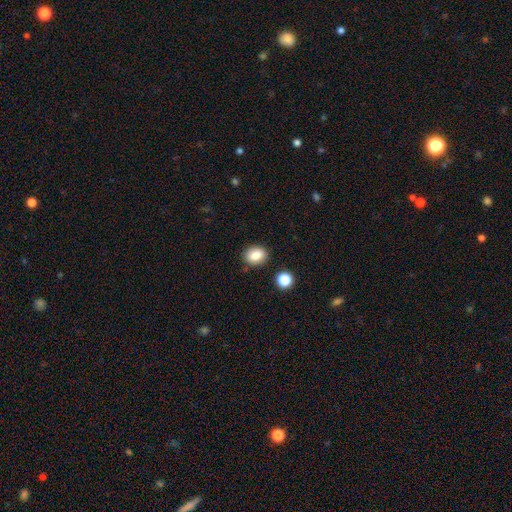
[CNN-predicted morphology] Smooth or featured?
  - smooth: 83% *
  - star or artifact: 10%
  - featured or disk: 7%
How rounded?
  - round: 54% *
  - in between: 45%
  - cigar-shaped: 1%
Merging?
  - none: 85% *
  - minor disturbance: 9%
  - merger: 3%
  - major disturbance: 2%